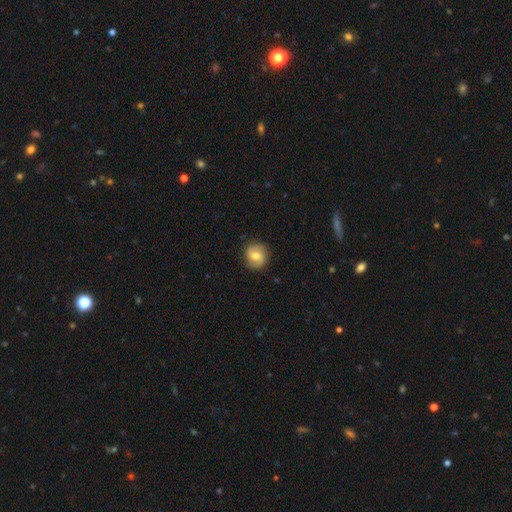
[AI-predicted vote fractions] Smooth or featured?
  - featured or disk: 51% *
  - smooth: 41%
  - star or artifact: 8%
Edge-on disk?
  - no: 97% *
  - yes: 3%
Merging?
  - none: 86% *
  - minor disturbance: 10%
  - major disturbance: 3%
  - merger: 1%